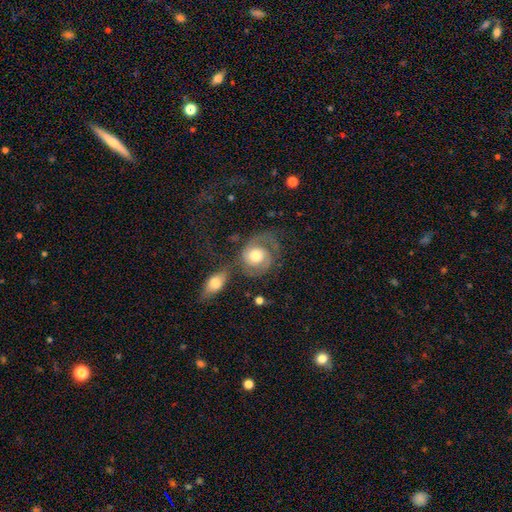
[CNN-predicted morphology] Smooth or featured? featured or disk (61%)
Edge-on disk? no (97%)
Bar? no (79%)
Spiral arms? yes (82%)
Bulge size? moderate (59%)
Merging? none (40%)